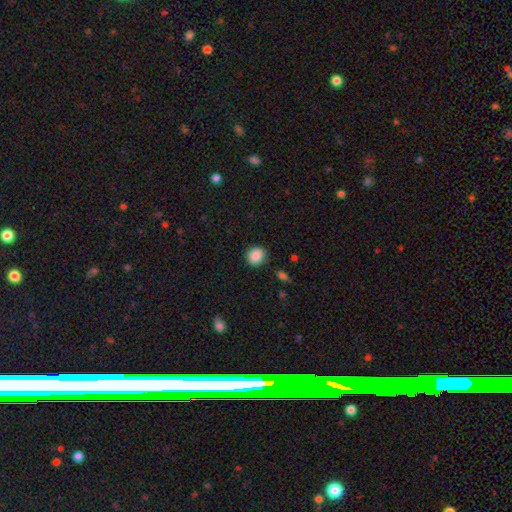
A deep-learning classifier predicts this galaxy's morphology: This is clearly a smooth galaxy (88%). How rounded: likely round (74%). Merging: clearly none (84%).